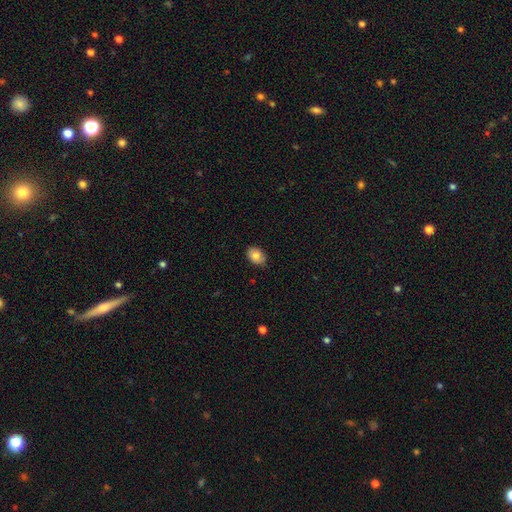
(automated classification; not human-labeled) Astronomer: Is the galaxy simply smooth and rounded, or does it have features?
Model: smooth — 79%.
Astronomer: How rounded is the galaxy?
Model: in between — 76%.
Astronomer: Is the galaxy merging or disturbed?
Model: none — 84%.